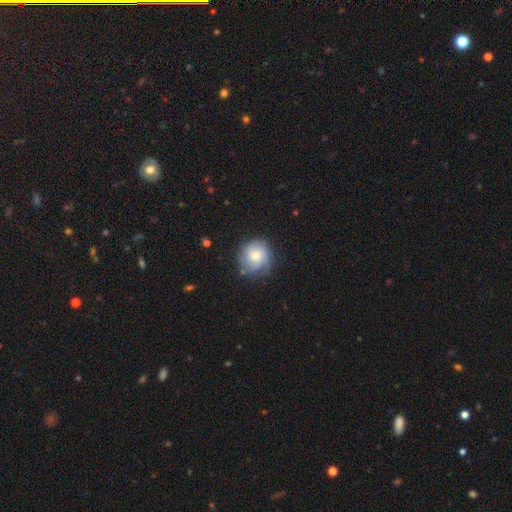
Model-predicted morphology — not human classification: A smooth galaxy with no disk features (53%) that is round (89%). Merging: none (73%).